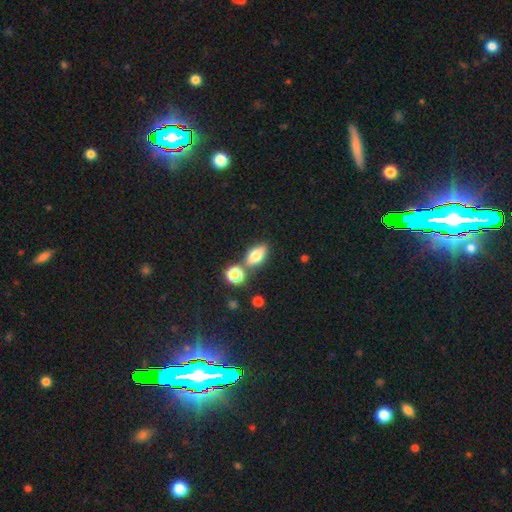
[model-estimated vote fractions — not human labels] This is likely a smooth galaxy (68%). How rounded: likely in between (75%). Merging: likely none (65%).